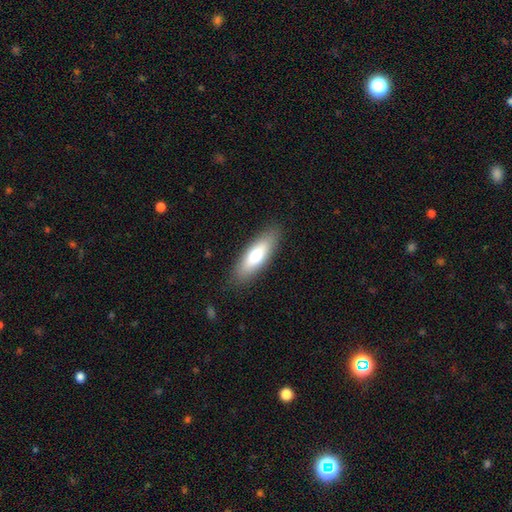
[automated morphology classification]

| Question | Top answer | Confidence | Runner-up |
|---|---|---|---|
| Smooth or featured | smooth | 67% | featured or disk (26%) |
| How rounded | in between | 60% | cigar-shaped (38%) |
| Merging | none | 86% | minor disturbance (10%) |